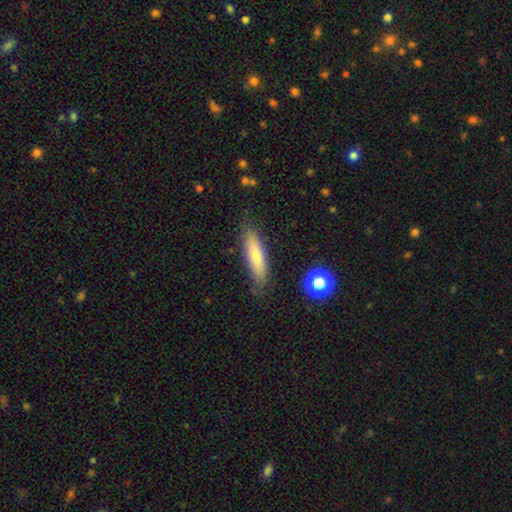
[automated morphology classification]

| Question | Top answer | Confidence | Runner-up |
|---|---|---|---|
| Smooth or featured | smooth | 64% | featured or disk (29%) |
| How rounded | cigar-shaped | 70% | in between (28%) |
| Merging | none | 80% | minor disturbance (14%) |